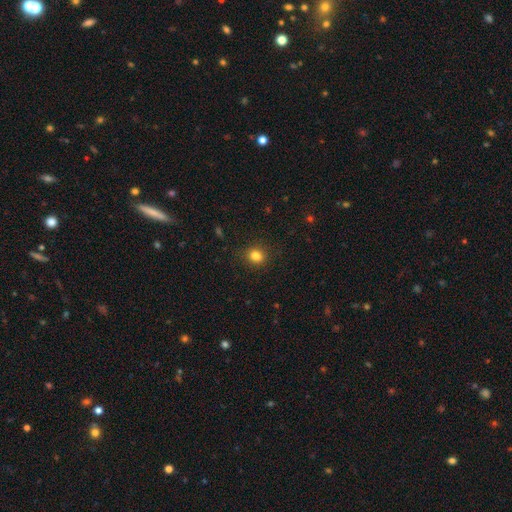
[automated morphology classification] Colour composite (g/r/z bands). It shows a smooth galaxy with no disk features (83%) that is round (72%). Merging: none (88%).